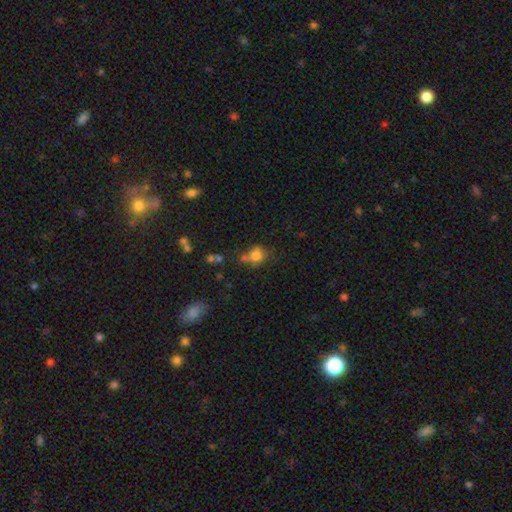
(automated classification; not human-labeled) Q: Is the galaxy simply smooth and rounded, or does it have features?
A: smooth — 74%.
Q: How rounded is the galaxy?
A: round — 71%.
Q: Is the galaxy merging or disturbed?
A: none — 49%.